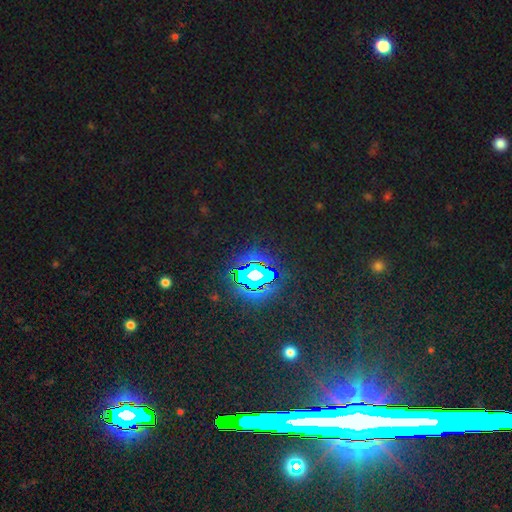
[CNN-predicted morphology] Overall: star or artifact (83%).